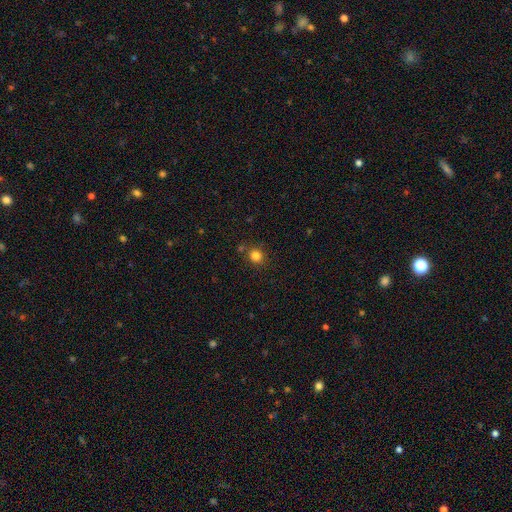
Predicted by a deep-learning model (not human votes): A smooth galaxy with no disk features (82%) that is round (84%).

Vote fractions:
- Smooth or featured? smooth: 82% / star or artifact: 13% / featured or disk: 5%
- How rounded? round: 84% / in between: 15% / cigar-shaped: 1%
- Merging? none: 81% / minor disturbance: 9% / merger: 7% / major disturbance: 3%